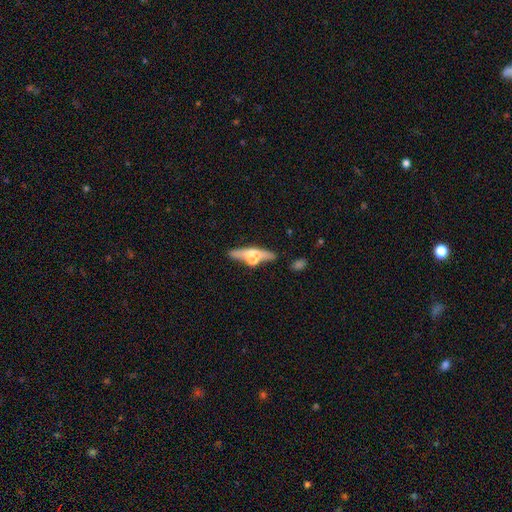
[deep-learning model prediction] A featured or disk galaxy (60%) viewed edge-on (87%) with a rounded central bulge (91%).

Vote fractions:
- Smooth or featured? featured or disk: 60% / smooth: 33% / star or artifact: 7%
- Edge-on disk? yes: 87% / no: 13%
- Edge-on bulge? rounded: 91% / boxy: 6% / none: 3%
- Merging? none: 66% / minor disturbance: 15% / merger: 11% / major disturbance: 7%